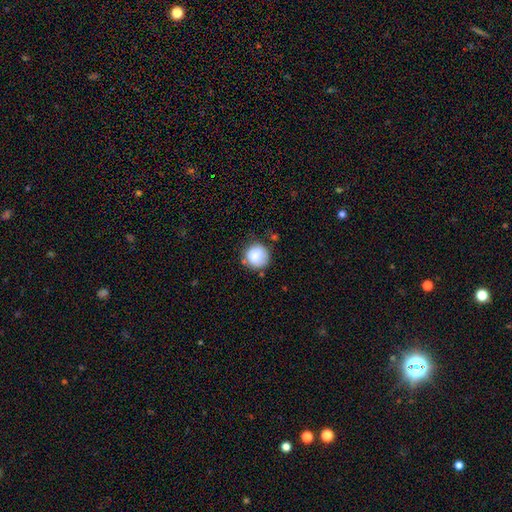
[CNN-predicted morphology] smooth 80%, featured or disk 12%, star or artifact 8%. Down the decision tree: how rounded — round (92%); merging — none (73%).